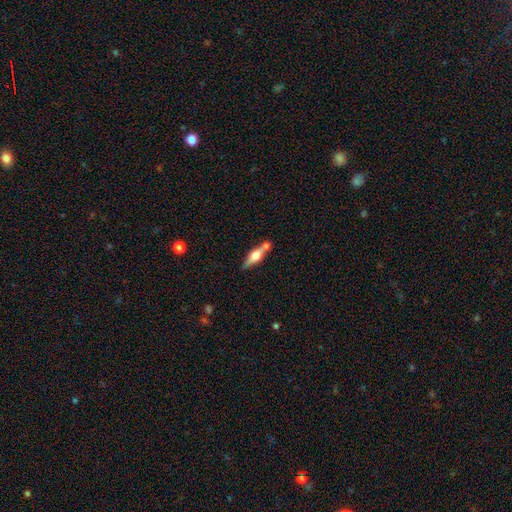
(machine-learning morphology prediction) Smooth or featured? Predicted: featured or disk (p=0.56). Edge-on disk? Predicted: yes (p=0.93). Edge-on bulge? Predicted: rounded (p=0.91). Merging? Predicted: none (p=0.64).